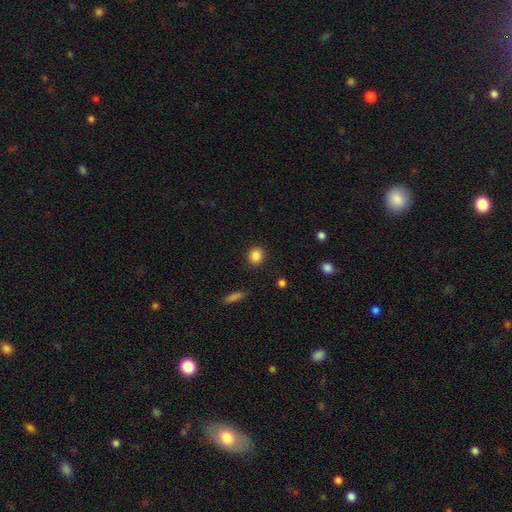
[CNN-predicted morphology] This is clearly a smooth galaxy (86%). How rounded: likely round (79%). Merging: clearly none (90%).